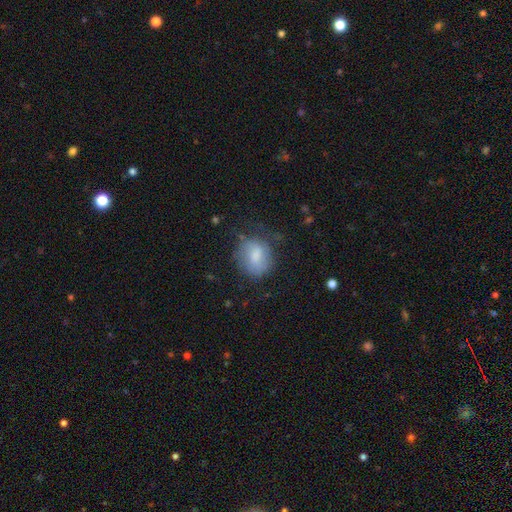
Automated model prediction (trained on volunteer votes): The model was most divided on "how rounded": round: 61%, in between: 38%, cigar-shaped: 1%. More confident: smooth or featured — smooth (72%); merging — none (59%).